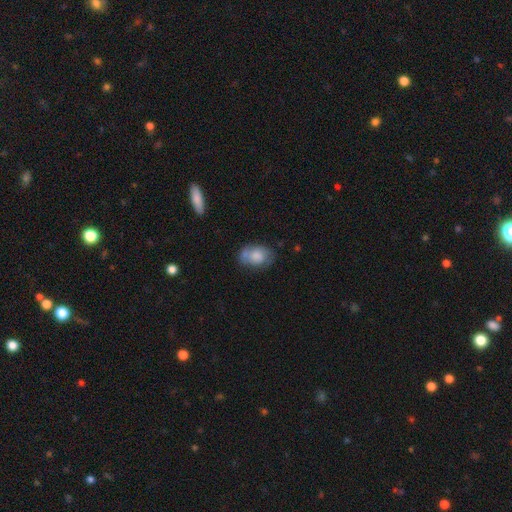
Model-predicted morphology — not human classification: Smooth or featured?
  - smooth: 67% *
  - featured or disk: 25%
  - star or artifact: 8%
How rounded?
  - in between: 80% *
  - round: 19%
  - cigar-shaped: 1%
Merging?
  - none: 54% *
  - minor disturbance: 28%
  - major disturbance: 10%
  - merger: 8%